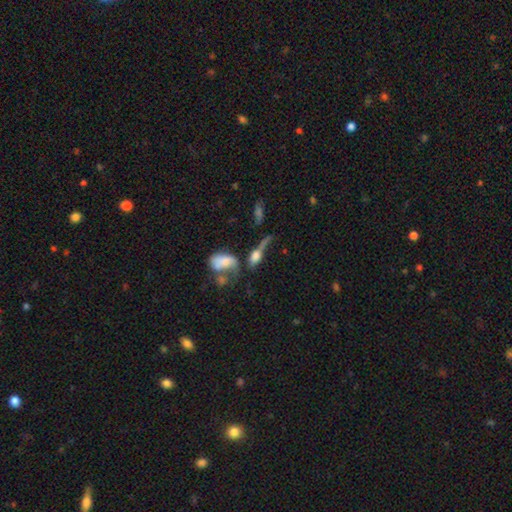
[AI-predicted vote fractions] smooth 55%, featured or disk 32%, star or artifact 12%. Down the decision tree: how rounded — in between (71%); merging — merger (37%).